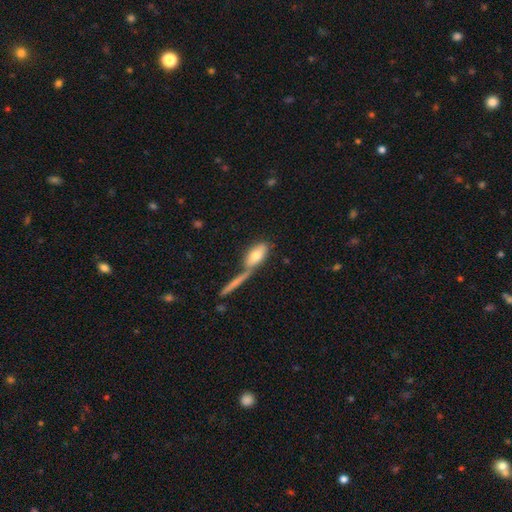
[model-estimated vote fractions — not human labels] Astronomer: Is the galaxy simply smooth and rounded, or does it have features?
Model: smooth — 72%.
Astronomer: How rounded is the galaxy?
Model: in between — 77%.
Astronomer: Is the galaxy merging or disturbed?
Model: merger — 41%, tied with none at 41%.